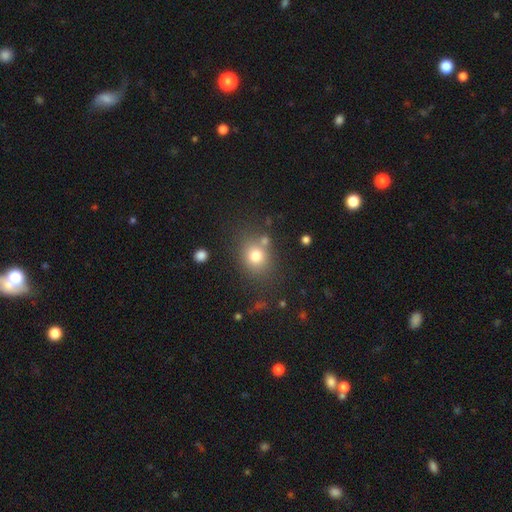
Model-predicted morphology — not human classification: This is likely a smooth galaxy (76%). How rounded: likely round (65%). Merging: likely none (71%).